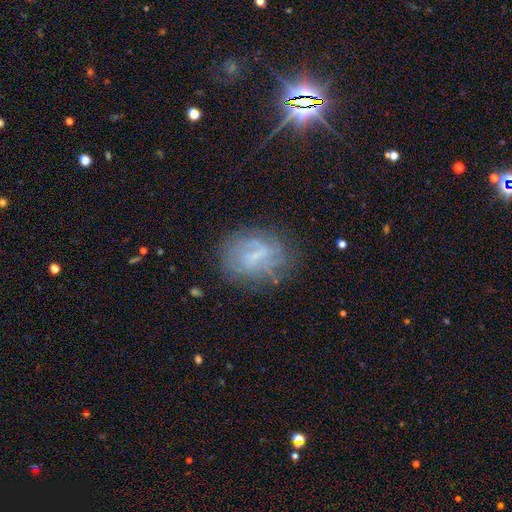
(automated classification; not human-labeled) A featured or disk galaxy (60%) with a weak bar (49%), spiral arms (63%) and a small central bulge (52%).

Vote fractions:
- Smooth or featured? featured or disk: 60% / smooth: 27% / star or artifact: 13%
- Edge-on disk? no: 96% / yes: 4%
- Bar? weak: 49% / no: 30% / strong: 21%
- Spiral arms? yes: 63% / no: 37%
- Bulge size? small: 52% / none: 30% / moderate: 16% / large: 2% / dominant: 1%
- Merging? none: 68% / minor disturbance: 18% / major disturbance: 11% / merger: 2%